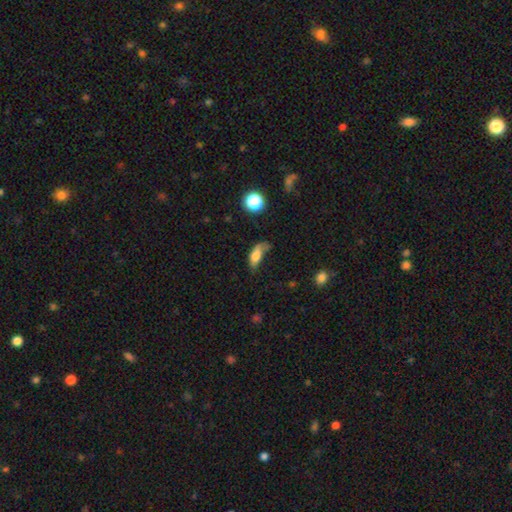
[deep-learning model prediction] A smooth galaxy with no disk features (72%) that is in between round and cigar-shaped (75%). Merging: major disturbance (34%).